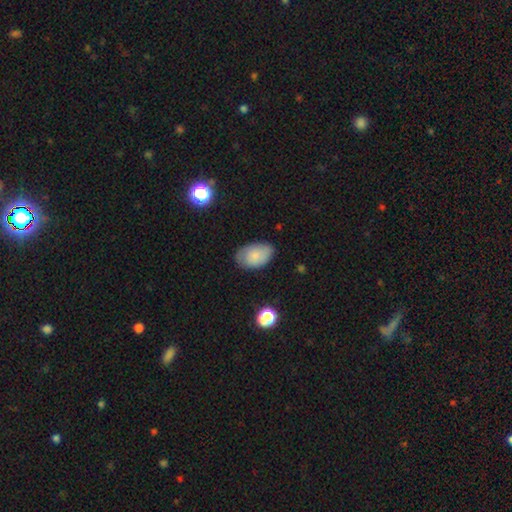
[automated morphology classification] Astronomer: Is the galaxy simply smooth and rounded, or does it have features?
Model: smooth — 77%.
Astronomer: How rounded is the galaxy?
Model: in between — 91%.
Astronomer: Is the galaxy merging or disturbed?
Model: none — 74%.